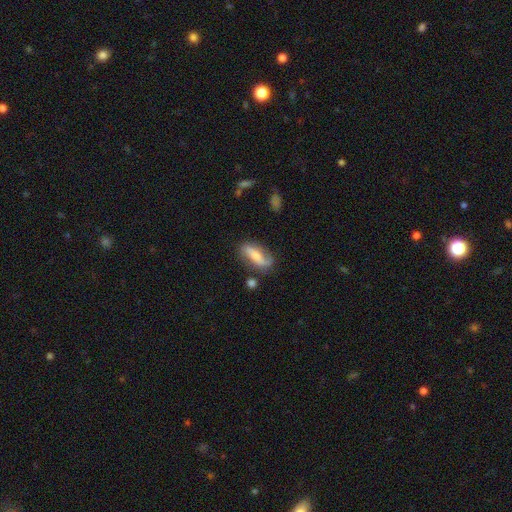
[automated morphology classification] type=featured or disk (57%); edge-on=no (79%); merging=none (72%).